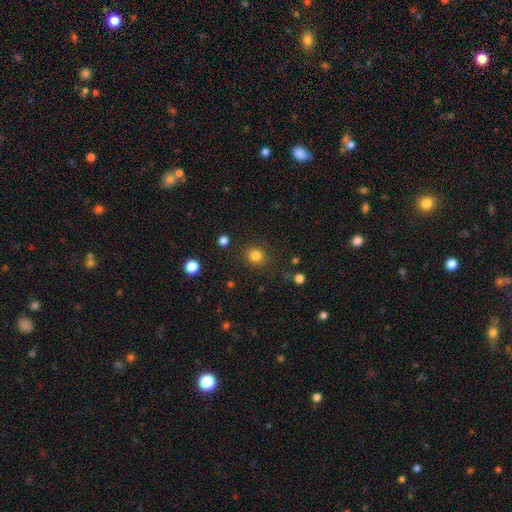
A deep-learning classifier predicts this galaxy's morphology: A smooth galaxy with no disk features (83%) that is round (82%).

Vote fractions:
- Smooth or featured? smooth: 83% / star or artifact: 13% / featured or disk: 5%
- How rounded? round: 82% / in between: 17% / cigar-shaped: 1%
- Merging? none: 86% / minor disturbance: 9% / major disturbance: 4% / merger: 2%